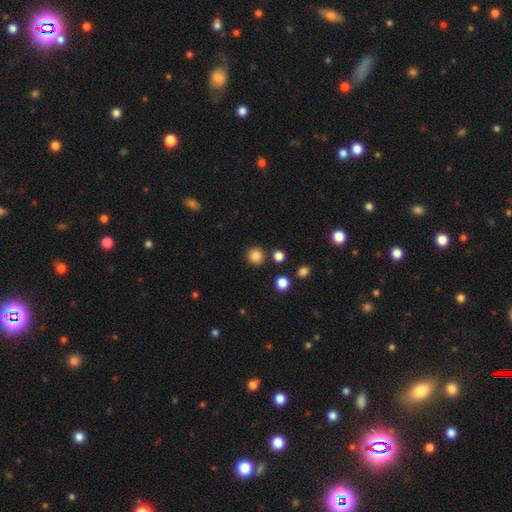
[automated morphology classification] type=smooth (84%); roundness=round (94%); merging=none (88%).